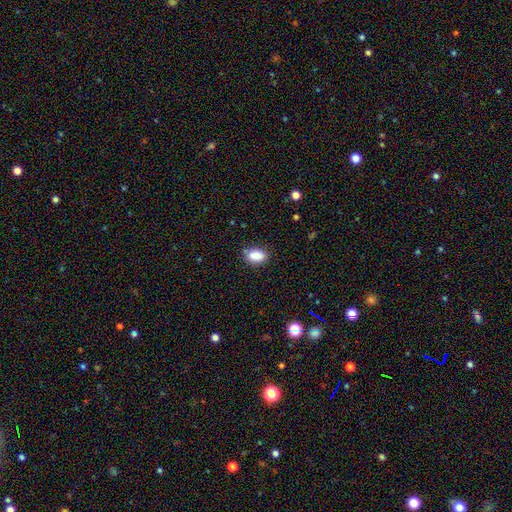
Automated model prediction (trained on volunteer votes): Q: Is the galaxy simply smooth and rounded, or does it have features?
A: smooth — 86%.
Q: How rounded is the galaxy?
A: in between — 85%.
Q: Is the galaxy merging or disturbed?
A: none — 74%.